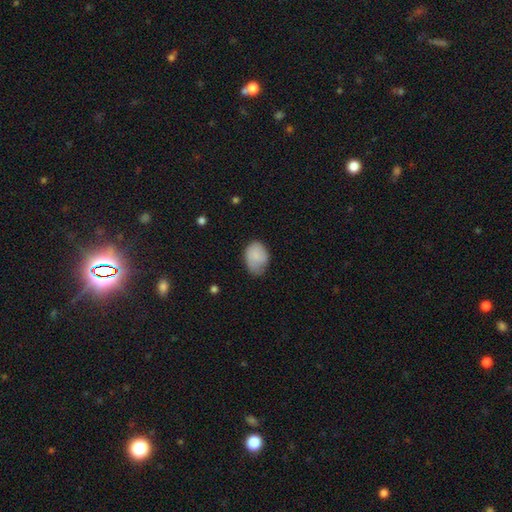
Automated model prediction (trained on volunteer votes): The model was most divided on "merging": none: 49%, minor disturbance: 39%, major disturbance: 10%, merger: 2%. More confident: smooth or featured — smooth (84%); how rounded — in between (79%).